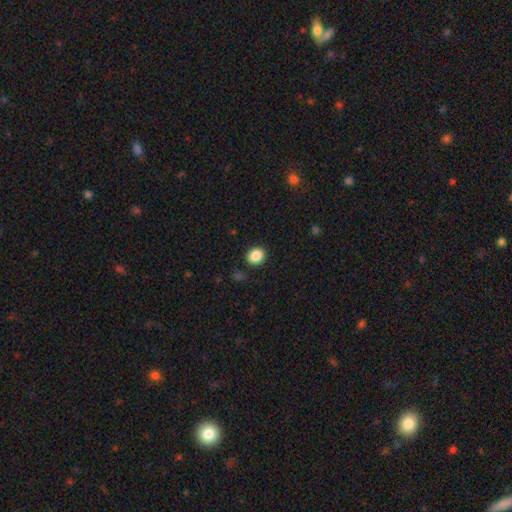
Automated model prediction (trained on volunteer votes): Smooth or featured: smooth — 87% (star or artifact — 9%)
How rounded: round — 66% (in between — 33%)
Merging: none — 89% (minor disturbance — 7%)